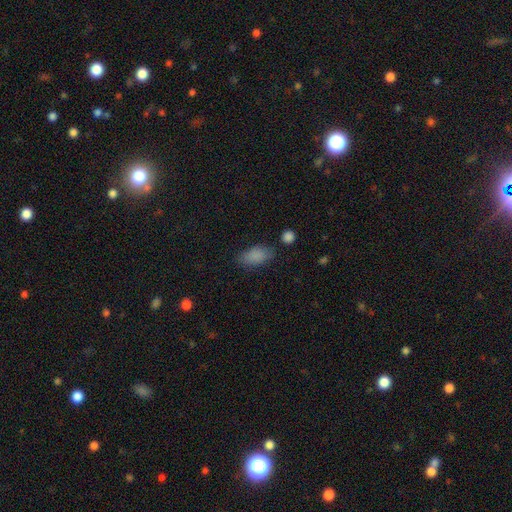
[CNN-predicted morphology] Q: Smooth or featured?
A: smooth (86%); runner-up: star or artifact (9%)
Q: How rounded?
A: in between (90%); runner-up: cigar-shaped (5%)
Q: Merging?
A: none (74%); runner-up: minor disturbance (17%)